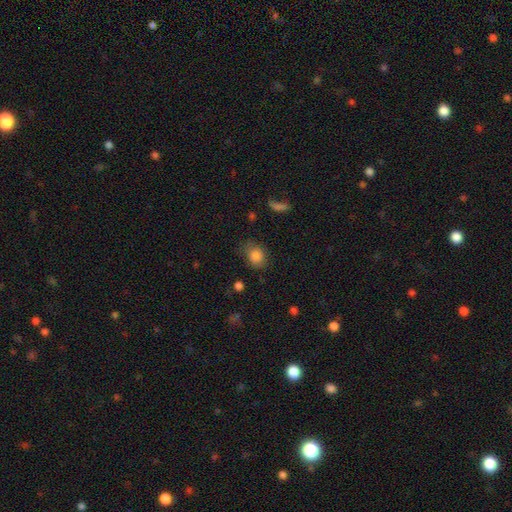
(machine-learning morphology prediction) Overall: smooth (83%). How rounded: round (50%; in between 49%). Merging: none (68%).